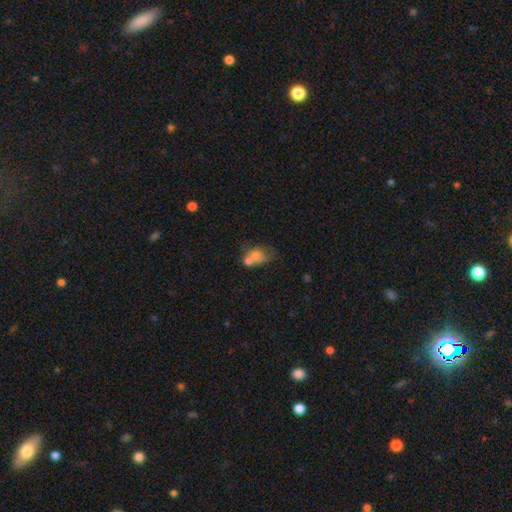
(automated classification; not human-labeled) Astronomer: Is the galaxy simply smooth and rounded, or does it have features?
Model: smooth — 63%.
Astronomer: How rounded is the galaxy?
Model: in between — 70%.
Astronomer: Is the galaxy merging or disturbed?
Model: merger — 52%.